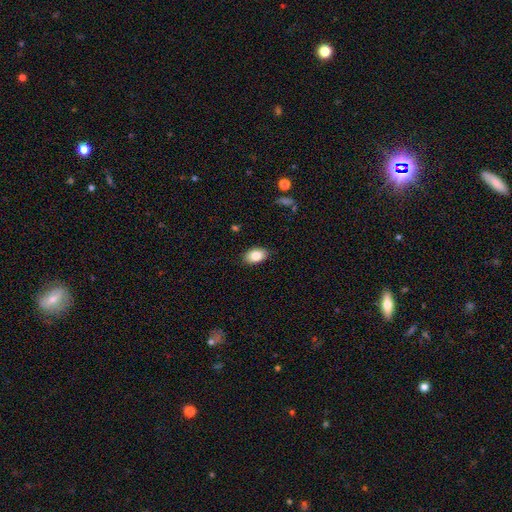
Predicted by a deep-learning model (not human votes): This appears to be a smooth galaxy with no disk features (86%) that is in between round and cigar-shaped (90%). Merging: none (87%).